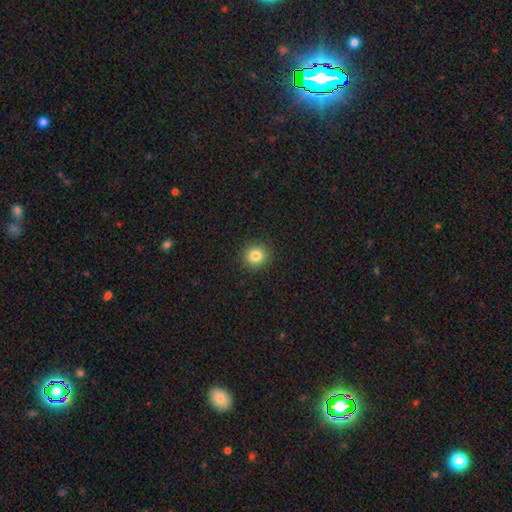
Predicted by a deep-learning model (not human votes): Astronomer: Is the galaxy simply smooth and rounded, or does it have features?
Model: smooth — 83%.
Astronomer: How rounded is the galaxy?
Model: round — 92%.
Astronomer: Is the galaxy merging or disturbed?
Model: none — 92%.